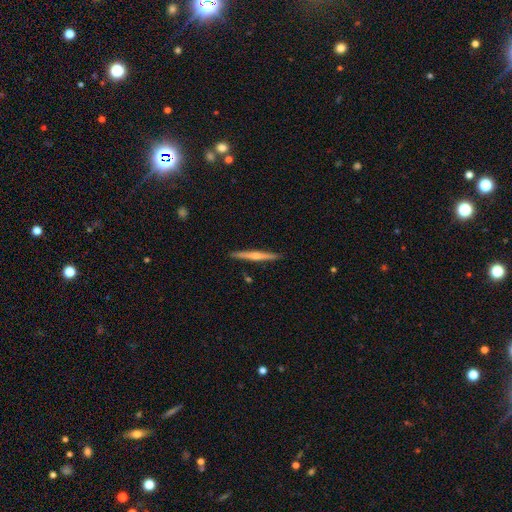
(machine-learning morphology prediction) featured or disk 60%, smooth 35%, star or artifact 5%. Down the decision tree: edge-on disk — yes (98%); edge-on bulge — rounded (71%); merging — none (91%).